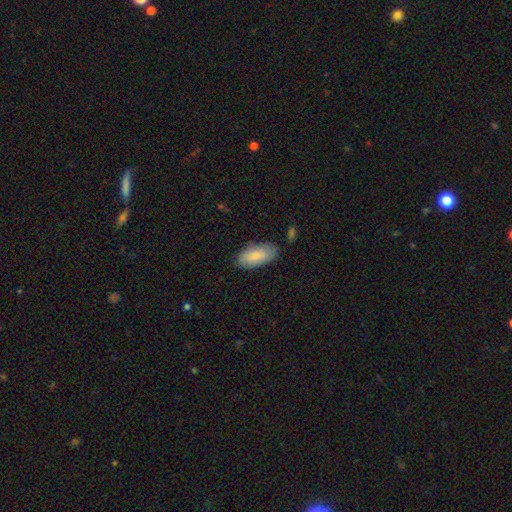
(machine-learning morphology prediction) type=smooth (86%); roundness=in between (93%); merging=none (79%).